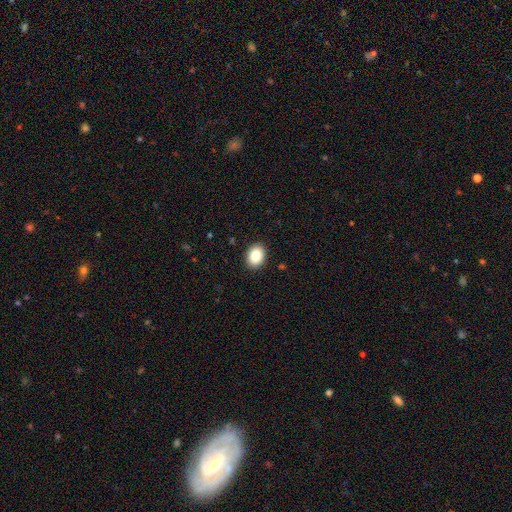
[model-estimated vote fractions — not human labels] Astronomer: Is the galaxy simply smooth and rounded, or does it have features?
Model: smooth — 86%.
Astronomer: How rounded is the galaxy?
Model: in between — 70%.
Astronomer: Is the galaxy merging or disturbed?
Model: none — 91%.